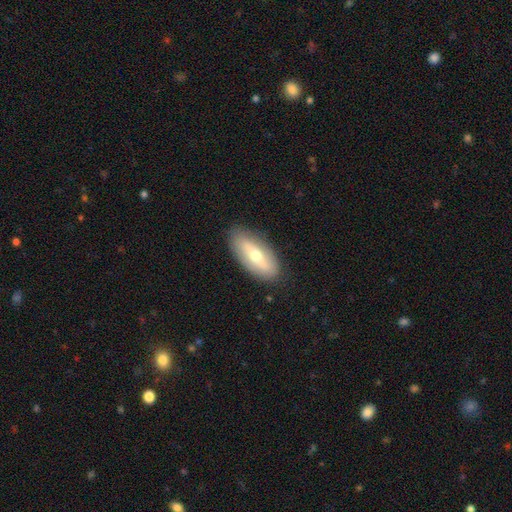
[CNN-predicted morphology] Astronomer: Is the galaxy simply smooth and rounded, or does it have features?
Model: smooth — 50% (runner-up: featured or disk, 44%).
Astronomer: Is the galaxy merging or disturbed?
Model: none — 85%.